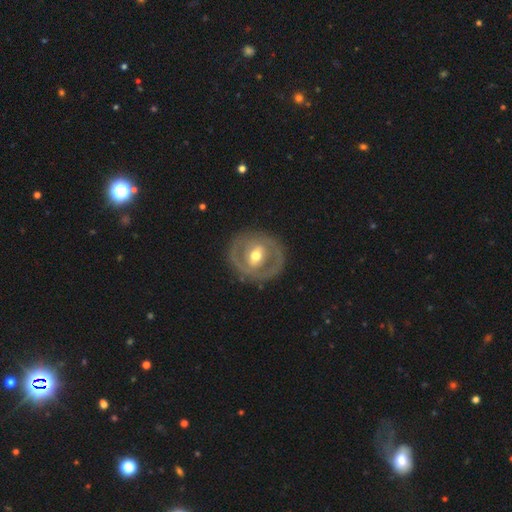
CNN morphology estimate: A featured or disk galaxy (68%) with a weak bar (40%), no spiral arms (64%) and a moderate central bulge (75%).

Vote fractions:
- Smooth or featured? featured or disk: 68% / smooth: 27% / star or artifact: 5%
- Edge-on disk? no: 95% / yes: 5%
- Bar? weak: 40% / no: 31% / strong: 29%
- Spiral arms? no: 64% / yes: 36%
- Bulge size? moderate: 75% / small: 15% / large: 8% / dominant: 1% / none: 1%
- Merging? none: 81% / minor disturbance: 12% / major disturbance: 5% / merger: 1%